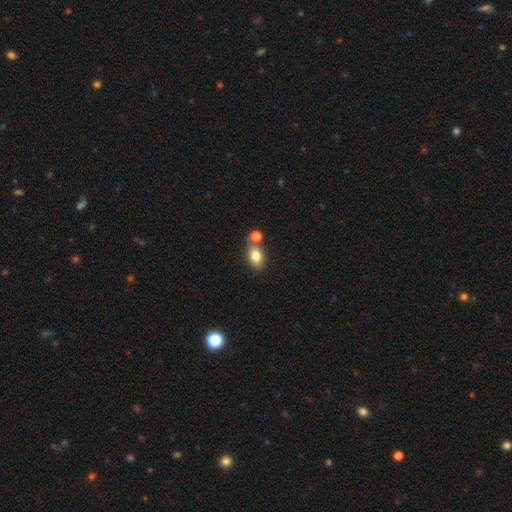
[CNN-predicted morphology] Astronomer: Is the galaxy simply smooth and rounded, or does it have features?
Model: smooth — 80%.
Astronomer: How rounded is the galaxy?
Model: in between — 82%.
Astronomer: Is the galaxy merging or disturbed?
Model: none — 59%.